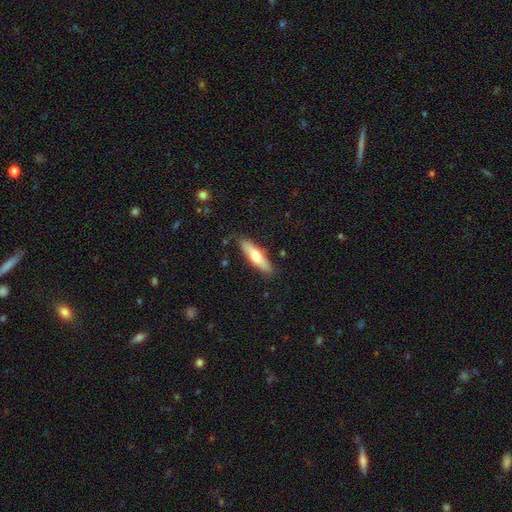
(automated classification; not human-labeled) Smooth or featured? Predicted: smooth (p=0.64). How rounded? Predicted: cigar-shaped (p=0.65). Merging? Predicted: none (p=0.84).